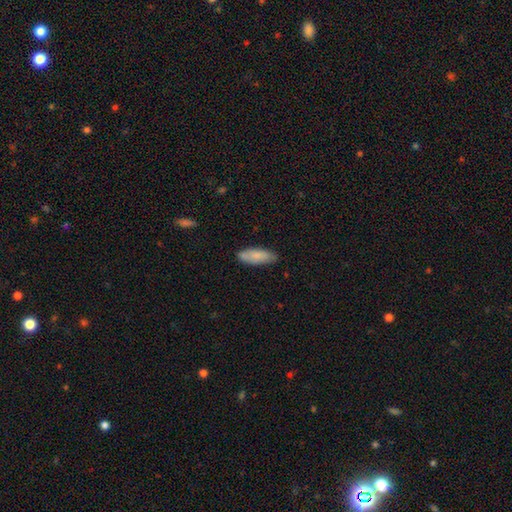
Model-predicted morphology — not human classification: Smooth or featured: smooth — 83% (featured or disk — 11%)
How rounded: in between — 66% (cigar-shaped — 33%)
Merging: none — 81% (minor disturbance — 15%)